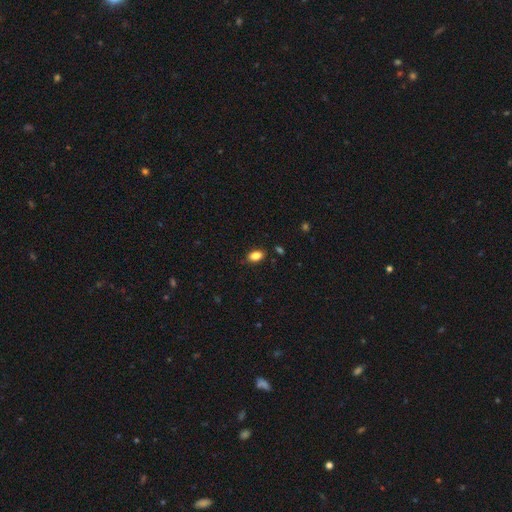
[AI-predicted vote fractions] Smooth or featured? Predicted: smooth (p=0.86). How rounded? Predicted: in between (p=0.89). Merging? Predicted: none (p=0.85).